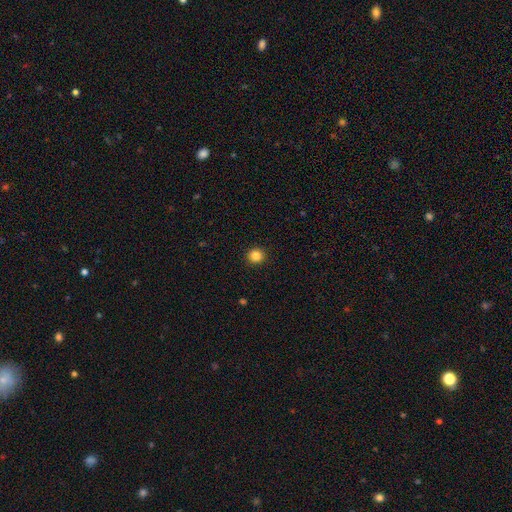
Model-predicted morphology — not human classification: smooth_or_featured: smooth (p=0.84) [alt: star or artifact p=0.12]
how_rounded: round (p=0.93) [alt: in between p=0.06]
merging: none (p=0.93) [alt: minor disturbance p=0.05]